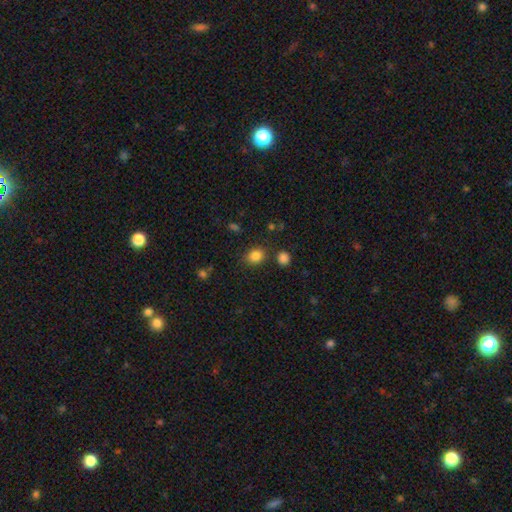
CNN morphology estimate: smooth-or-featured: smooth: 84% | star or artifact: 11% | featured or disk: 4%
  how-rounded: round: 58% | in between: 41% | cigar-shaped: 1%
  merging: none: 80% | minor disturbance: 11% | merger: 5% | major disturbance: 4%